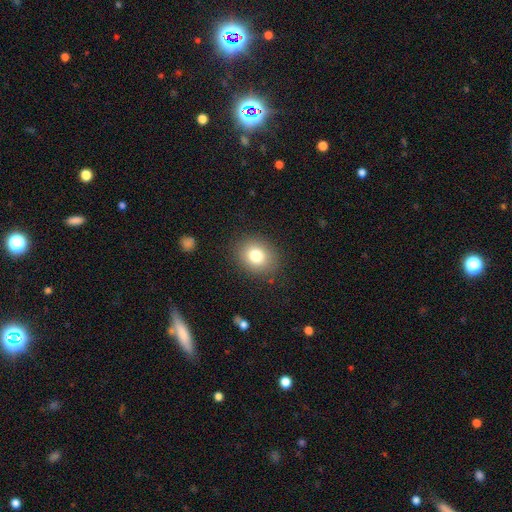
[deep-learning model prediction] A smooth galaxy with no disk features (80%) that is round (60%).

Vote fractions:
- Smooth or featured? smooth: 80% / star or artifact: 11% / featured or disk: 9%
- How rounded? round: 60% / in between: 39% / cigar-shaped: 1%
- Merging? none: 86% / minor disturbance: 9% / major disturbance: 3% / merger: 1%